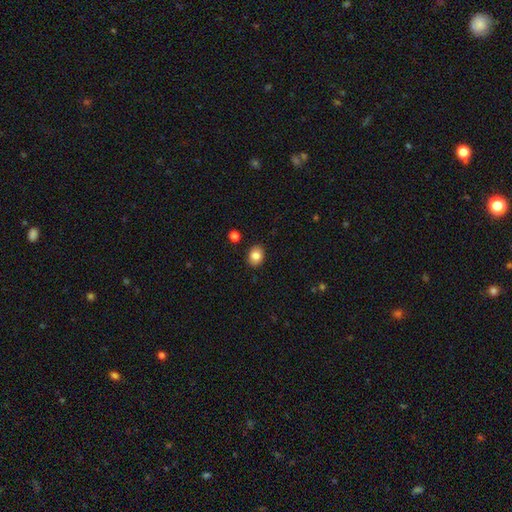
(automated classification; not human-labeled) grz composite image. It shows a smooth galaxy with no disk features (85%) that is in between round and cigar-shaped (50%). Merging: none (89%).